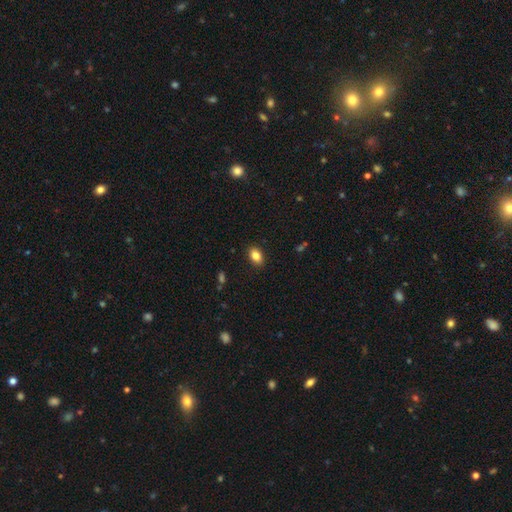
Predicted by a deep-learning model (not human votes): The model was most divided on "how rounded": in between: 85%, round: 13%, cigar-shaped: 2%. More confident: merging — none (88%); smooth or featured — smooth (84%).